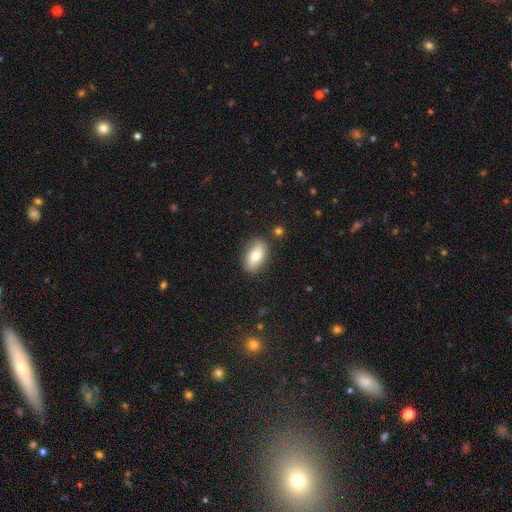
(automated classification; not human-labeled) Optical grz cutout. It shows a smooth galaxy with no disk features (77%) that is in between round and cigar-shaped (90%). Merging: none (84%).